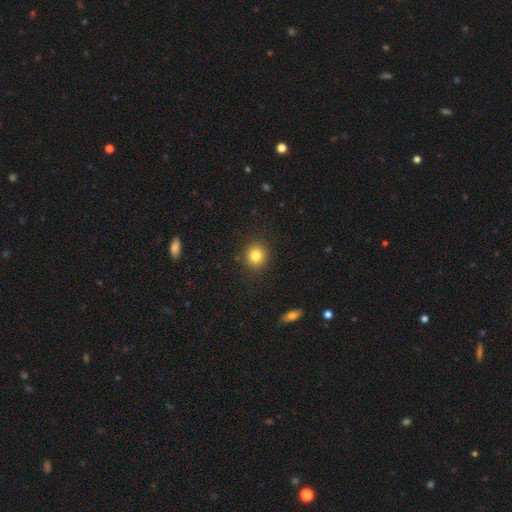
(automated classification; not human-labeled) This is clearly a smooth galaxy (82%). How rounded: clearly round (85%). Merging: clearly none (90%).